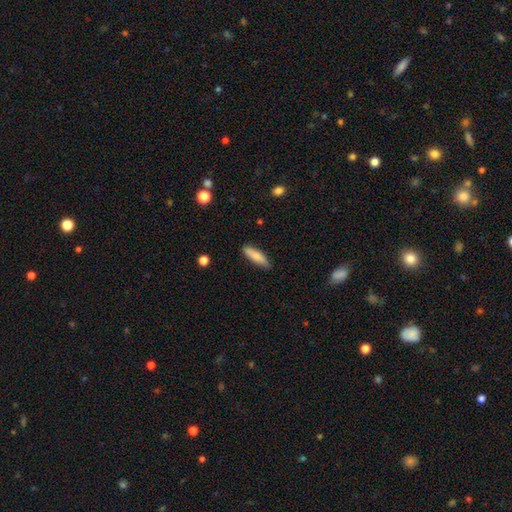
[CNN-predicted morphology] Q: Smooth or featured?
A: smooth (82%); runner-up: featured or disk (12%)
Q: How rounded?
A: cigar-shaped (63%); runner-up: in between (36%)
Q: Merging?
A: none (84%); runner-up: minor disturbance (12%)